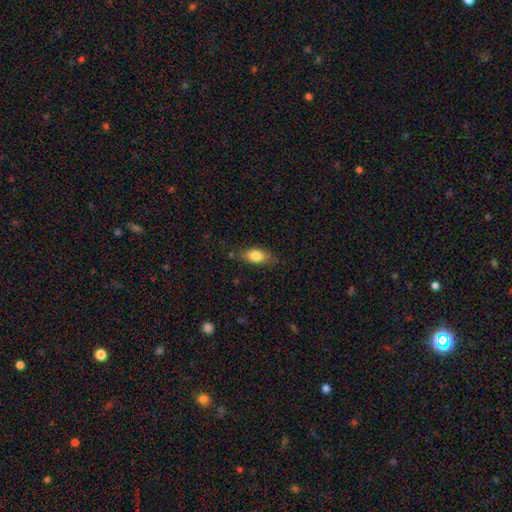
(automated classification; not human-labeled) Smooth or featured?
  - smooth: 81% *
  - featured or disk: 12%
  - star or artifact: 7%
How rounded?
  - in between: 85% *
  - cigar-shaped: 9%
  - round: 6%
Merging?
  - none: 74% *
  - minor disturbance: 20%
  - major disturbance: 5%
  - merger: 2%